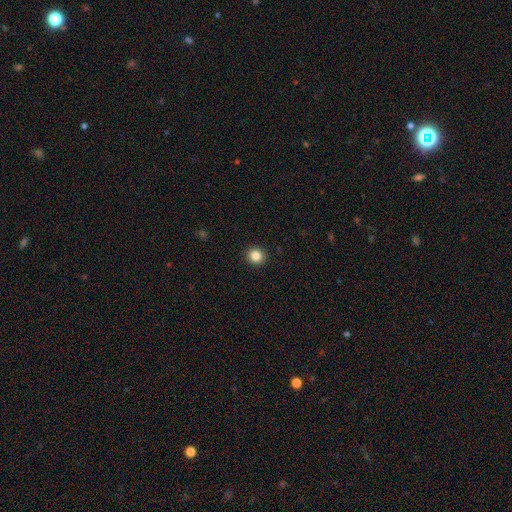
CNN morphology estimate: Overall: smooth (84%). How rounded: round (88%). Merging: none (93%).